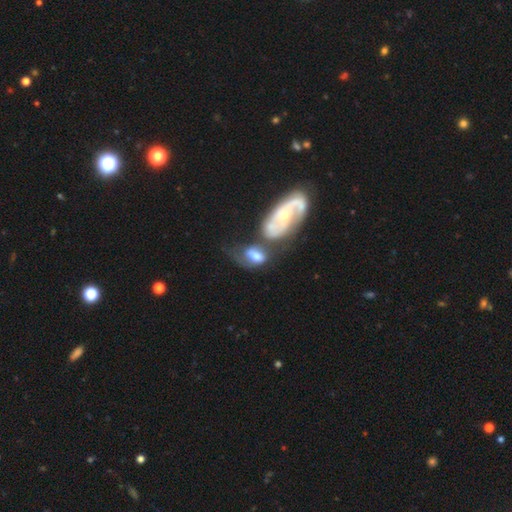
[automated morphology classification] A featured or disk galaxy (48%). Merging: merger (50%).